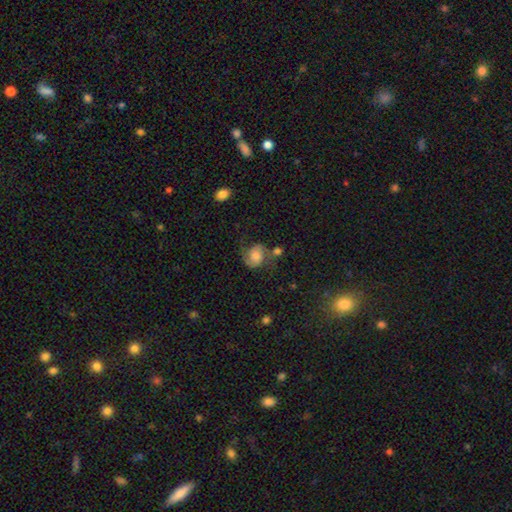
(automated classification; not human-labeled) Smooth or featured? Predicted: featured or disk (p=0.55). Edge-on disk? Predicted: no (p=0.97). Bar? Predicted: no (p=0.67). Spiral arms? Predicted: yes (p=0.90). Bulge size? Predicted: moderate (p=0.39). Merging? Predicted: none (p=0.54).